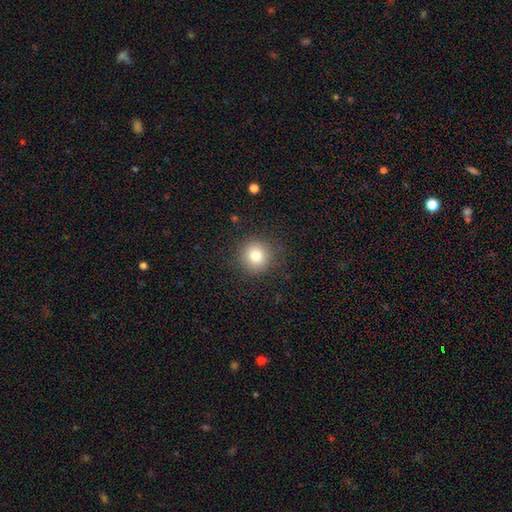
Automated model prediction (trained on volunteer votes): Q: Smooth or featured?
A: smooth (80%); runner-up: star or artifact (11%)
Q: How rounded?
A: round (92%); runner-up: in between (7%)
Q: Merging?
A: none (87%); runner-up: minor disturbance (8%)